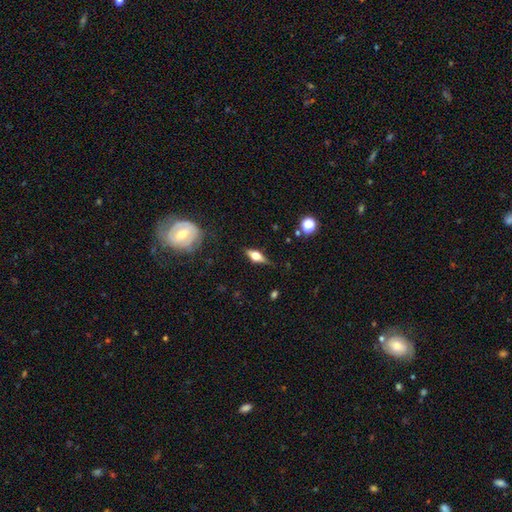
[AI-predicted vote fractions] This appears to be a featured or disk galaxy (55%) viewed edge-on (90%). Merging: none (77%).